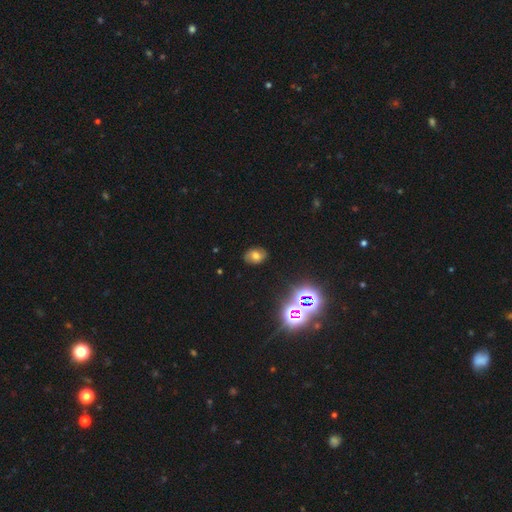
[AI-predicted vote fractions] Overall: smooth (54%; featured or disk 25%). How rounded: in between (73%). Merging: none (84%).